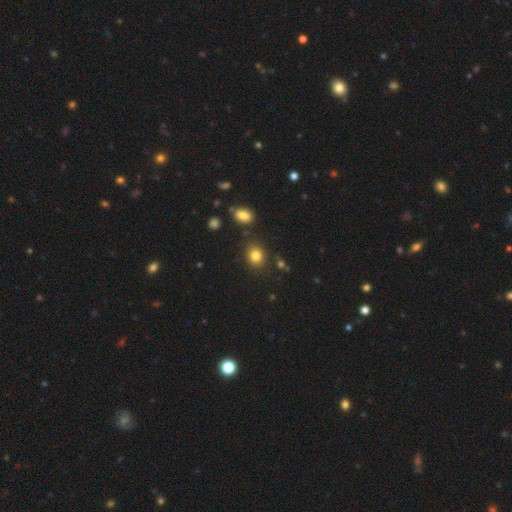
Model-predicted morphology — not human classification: Smooth or featured?
  - smooth: 81% *
  - star or artifact: 12%
  - featured or disk: 7%
How rounded?
  - round: 60% *
  - in between: 39%
  - cigar-shaped: 1%
Merging?
  - none: 84% *
  - minor disturbance: 10%
  - merger: 4%
  - major disturbance: 3%